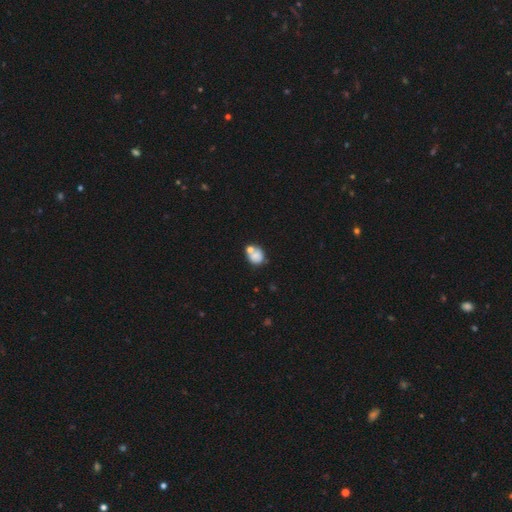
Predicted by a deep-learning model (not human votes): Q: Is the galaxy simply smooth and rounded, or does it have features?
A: smooth — 74%.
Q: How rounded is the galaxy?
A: round — 67%.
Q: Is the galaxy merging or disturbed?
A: none — 44%.